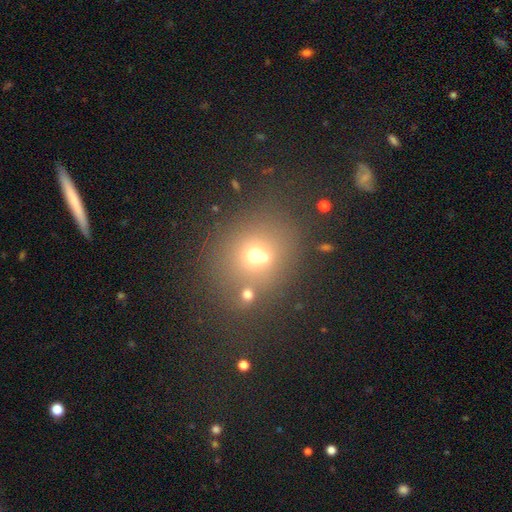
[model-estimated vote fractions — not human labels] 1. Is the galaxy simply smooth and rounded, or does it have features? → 61% smooth, 22% star or artifact, 16% featured or disk.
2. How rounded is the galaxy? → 81% round, 18% in between, 1% cigar-shaped.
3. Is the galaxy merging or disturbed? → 54% none, 31% merger, 10% minor disturbance, 5% major disturbance.